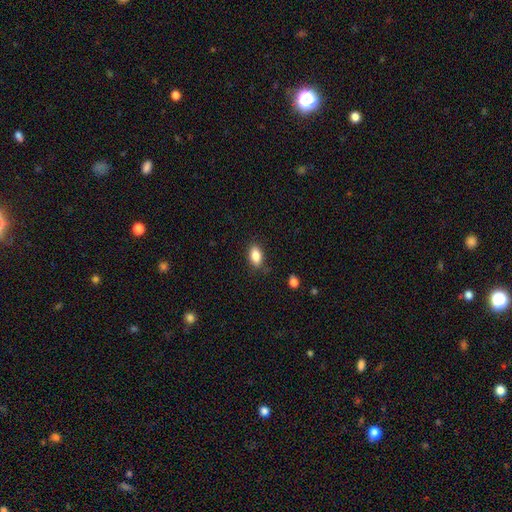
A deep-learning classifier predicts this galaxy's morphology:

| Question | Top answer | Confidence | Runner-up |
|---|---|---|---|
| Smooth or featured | smooth | 85% | star or artifact (8%) |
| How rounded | in between | 89% | round (6%) |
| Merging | none | 83% | minor disturbance (13%) |